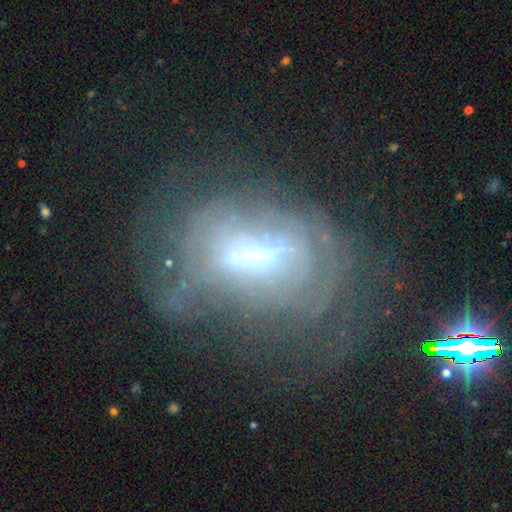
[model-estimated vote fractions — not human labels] smooth-or-featured: featured or disk: 70% | smooth: 18% | star or artifact: 12%
  disk-edge-on: no: 88% | yes: 12%
    bar: no: 38% | weak: 32% | strong: 30%
    has-spiral-arms: no: 50% (tied) | yes: 50% (tied)
    bulge-size: small: 60% | moderate: 31% | large: 4% | none: 3% | dominant: 2%
  merging: none: 41% | major disturbance: 33% | minor disturbance: 20% | merger: 5%